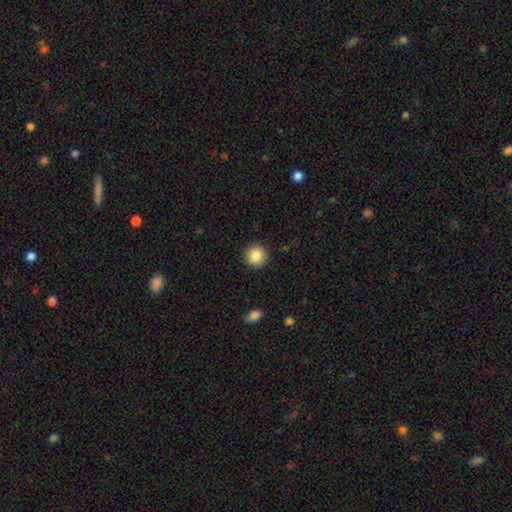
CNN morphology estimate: Smooth or featured?
  - smooth: 86% *
  - star or artifact: 9%
  - featured or disk: 5%
How rounded?
  - round: 94% *
  - in between: 5%
  - cigar-shaped: 1%
Merging?
  - none: 92% *
  - minor disturbance: 5%
  - major disturbance: 2%
  - merger: 1%